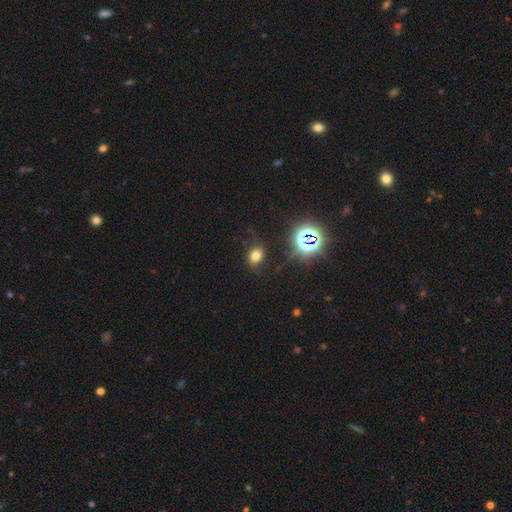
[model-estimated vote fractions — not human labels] This is likely a smooth galaxy (62%). How rounded: likely in between (64%). Merging: likely none (74%).